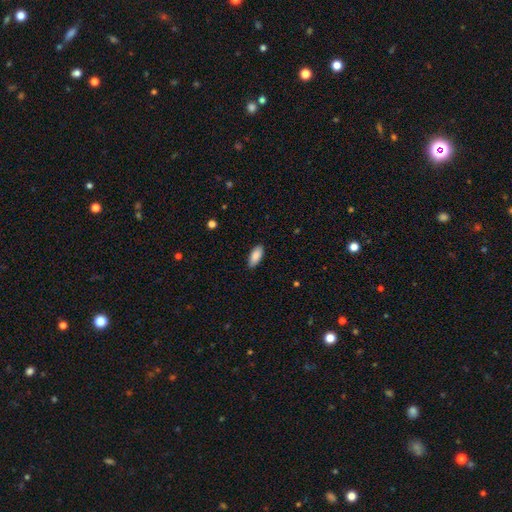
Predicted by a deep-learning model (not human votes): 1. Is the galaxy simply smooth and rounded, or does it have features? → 88% smooth, 6% star or artifact, 6% featured or disk.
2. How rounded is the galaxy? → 86% in between, 12% cigar-shaped, 2% round.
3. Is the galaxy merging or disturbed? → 87% none, 10% minor disturbance, 2% major disturbance, 1% merger.